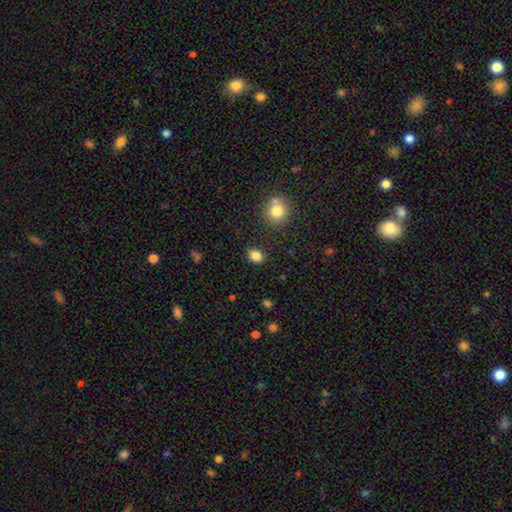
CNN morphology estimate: smooth 85%, star or artifact 10%, featured or disk 5%. Down the decision tree: how rounded — in between (65%); merging — none (84%).